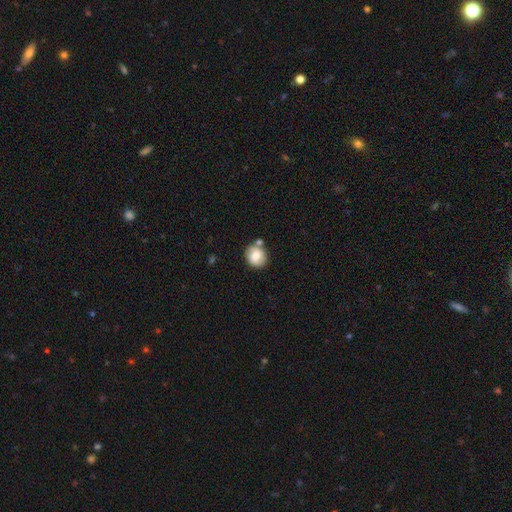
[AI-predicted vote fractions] smooth_or_featured: smooth (p=0.68) [alt: featured or disk p=0.24]
how_rounded: round (p=0.74) [alt: in between p=0.25]
merging: none (p=0.66) [alt: merger p=0.15]